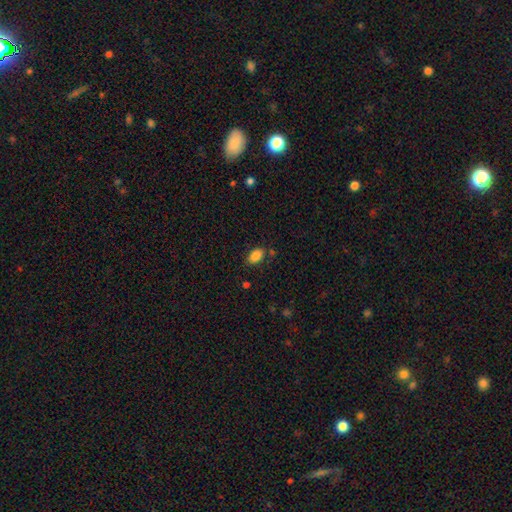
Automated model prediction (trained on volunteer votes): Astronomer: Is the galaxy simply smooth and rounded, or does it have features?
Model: smooth — 87%.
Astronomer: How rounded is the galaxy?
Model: in between — 90%.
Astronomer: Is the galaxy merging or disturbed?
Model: none — 79%.